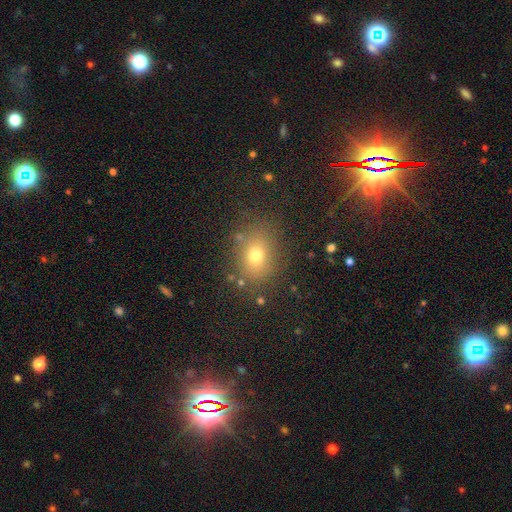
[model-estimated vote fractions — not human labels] Overall: smooth (71%). How rounded: in between (51%; round 48%). Merging: none (81%).